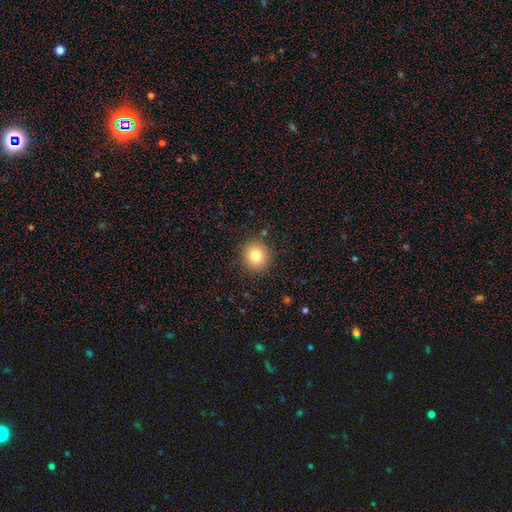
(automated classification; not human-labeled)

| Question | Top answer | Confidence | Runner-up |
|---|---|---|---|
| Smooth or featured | smooth | 80% | star or artifact (11%) |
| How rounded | round | 89% | in between (10%) |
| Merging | none | 88% | minor disturbance (8%) |